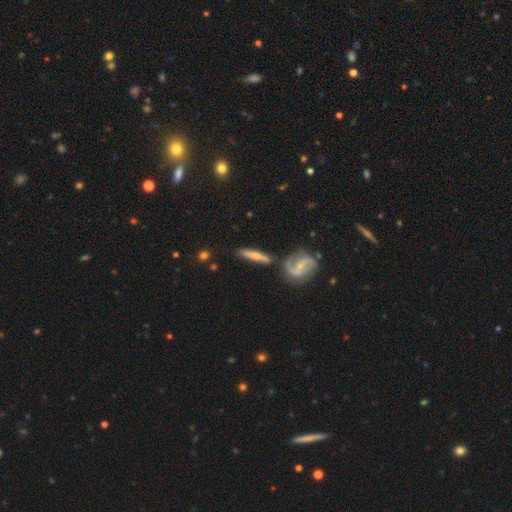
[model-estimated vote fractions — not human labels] smooth_or_featured: featured or disk (p=0.55) [alt: smooth p=0.39]
disk_edge_on: yes (p=0.75) [alt: no p=0.25]
merging: none (p=0.70) [alt: minor disturbance p=0.14]